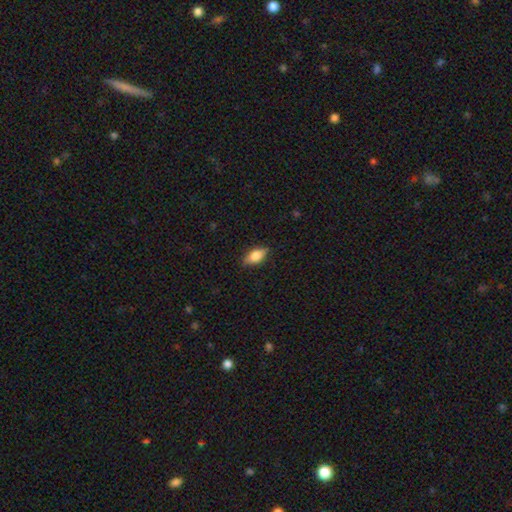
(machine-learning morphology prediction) This is likely a smooth galaxy (72%). How rounded: clearly in between (84%). Merging: clearly none (86%).